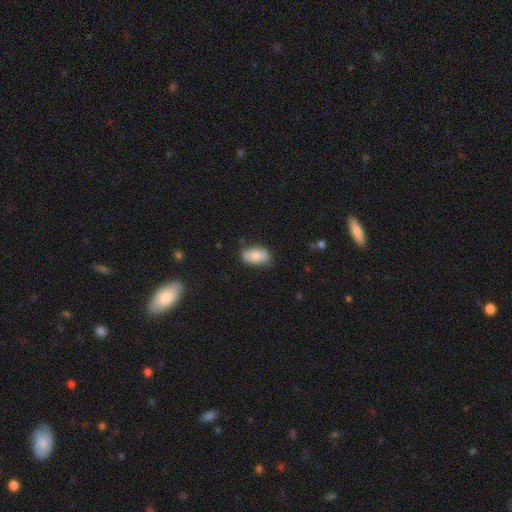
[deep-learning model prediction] A smooth galaxy with no disk features (76%) that is in between round and cigar-shaped (92%). Merging: none (75%).